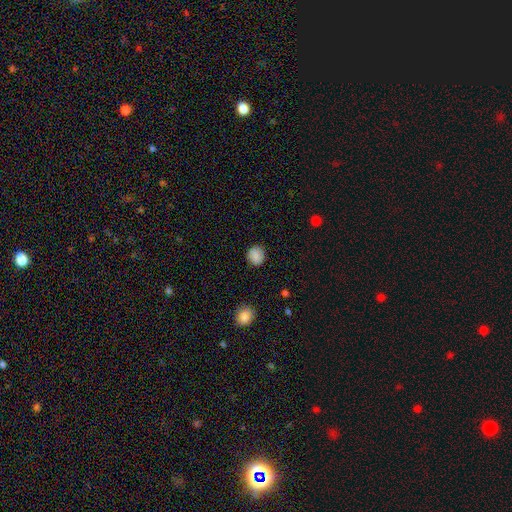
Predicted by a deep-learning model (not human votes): Smooth or featured?
  - smooth: 86% *
  - star or artifact: 9%
  - featured or disk: 4%
How rounded?
  - round: 80% *
  - in between: 19%
  - cigar-shaped: 1%
Merging?
  - none: 87% *
  - minor disturbance: 9%
  - major disturbance: 3%
  - merger: 1%